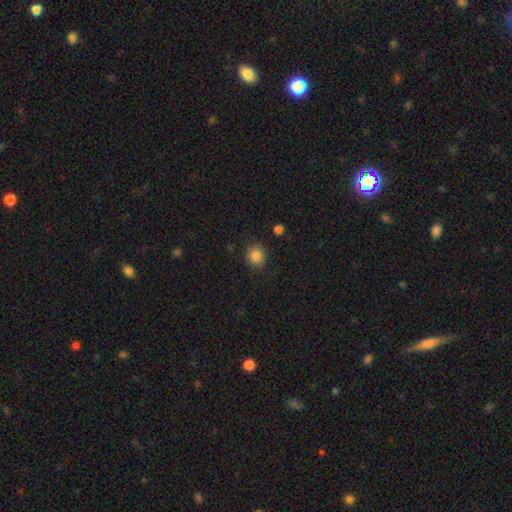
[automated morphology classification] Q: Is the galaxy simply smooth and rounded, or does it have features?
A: smooth — 85%.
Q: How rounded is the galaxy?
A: round — 84%.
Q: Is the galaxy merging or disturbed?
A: none — 89%.